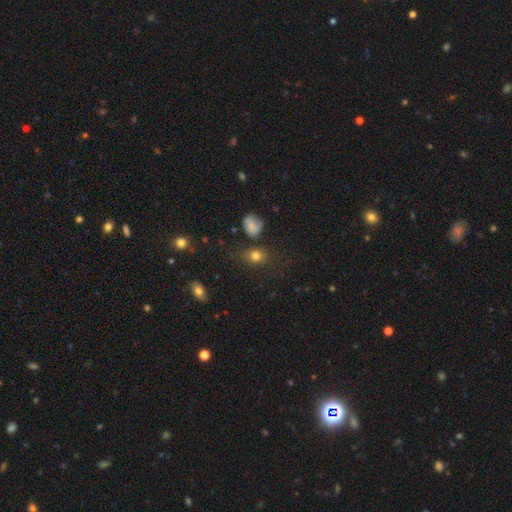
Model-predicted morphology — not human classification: Smooth or featured? Predicted: smooth (p=0.78). How rounded? Predicted: round (p=0.51). Merging? Predicted: none (p=0.69).